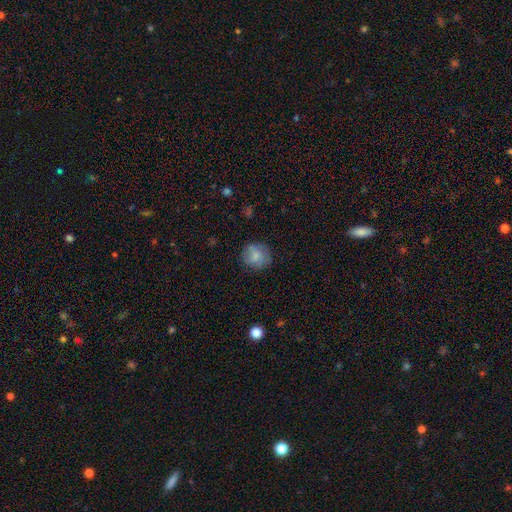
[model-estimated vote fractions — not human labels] smooth_or_featured: smooth (p=0.76) [alt: featured or disk p=0.15]
how_rounded: round (p=0.85) [alt: in between p=0.14]
merging: none (p=0.76) [alt: minor disturbance p=0.17]